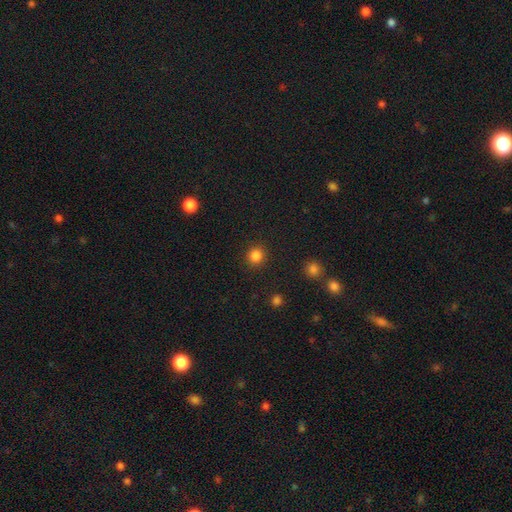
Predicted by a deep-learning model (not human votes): This is clearly a smooth galaxy (85%). How rounded: clearly round (90%). Merging: clearly none (91%).